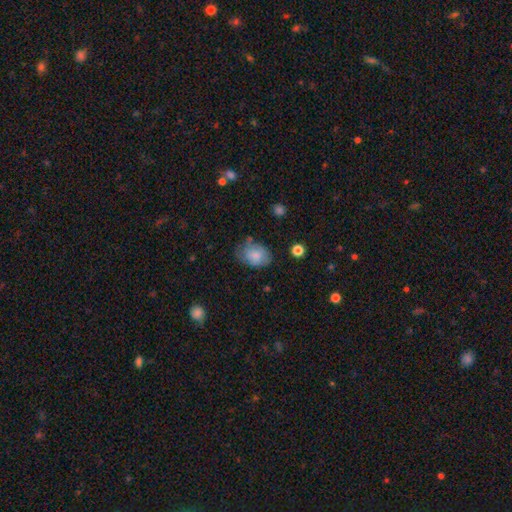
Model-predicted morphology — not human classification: This is likely a smooth galaxy (78%). How rounded: likely in between (71%). Merging: possibly none (58%).